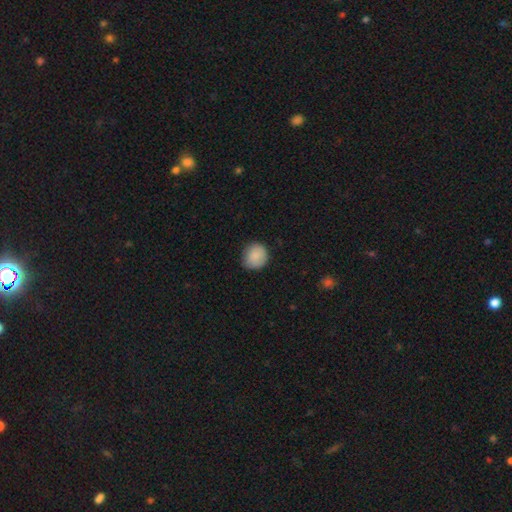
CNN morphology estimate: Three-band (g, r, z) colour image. It shows a smooth galaxy with no disk features (87%) that is round (85%). Merging: none (82%).